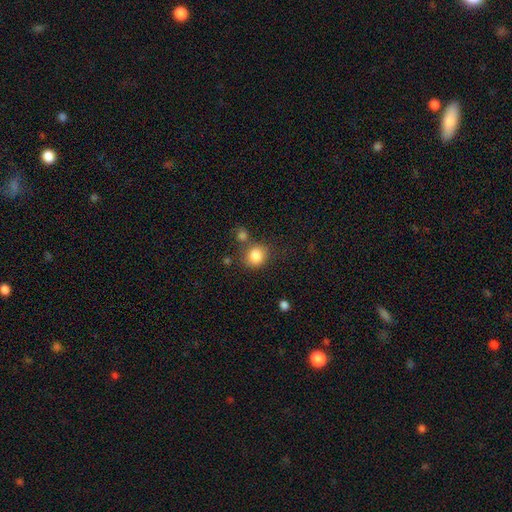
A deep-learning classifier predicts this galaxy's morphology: Smooth or featured: smooth — 84% (star or artifact — 10%)
How rounded: round — 75% (in between — 24%)
Merging: none — 68% (merger — 14%)